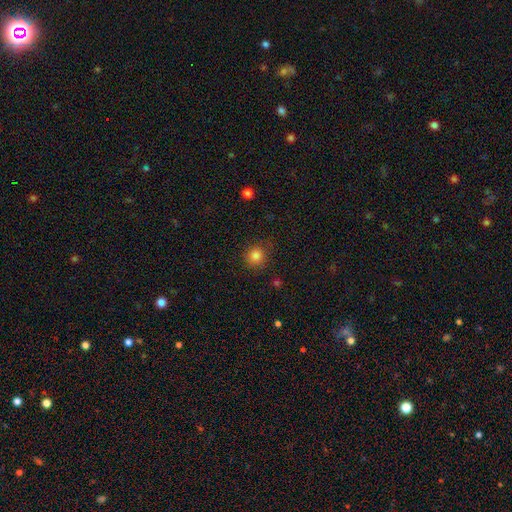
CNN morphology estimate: Smooth or featured: smooth — 84% (star or artifact — 12%)
How rounded: round — 86% (in between — 13%)
Merging: none — 82% (minor disturbance — 13%)